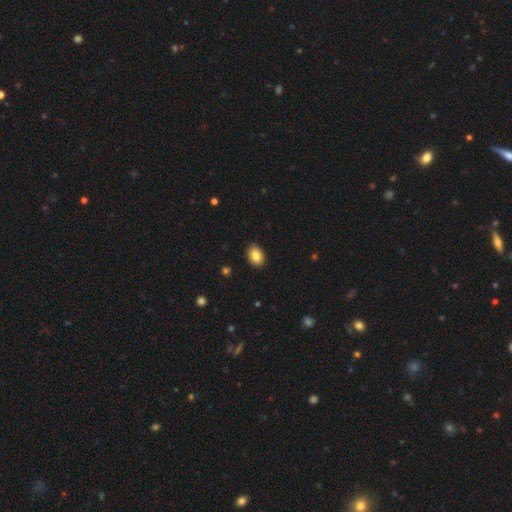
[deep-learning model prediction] smooth 85%, star or artifact 8%, featured or disk 6%. Down the decision tree: how rounded — in between (76%); merging — none (89%).